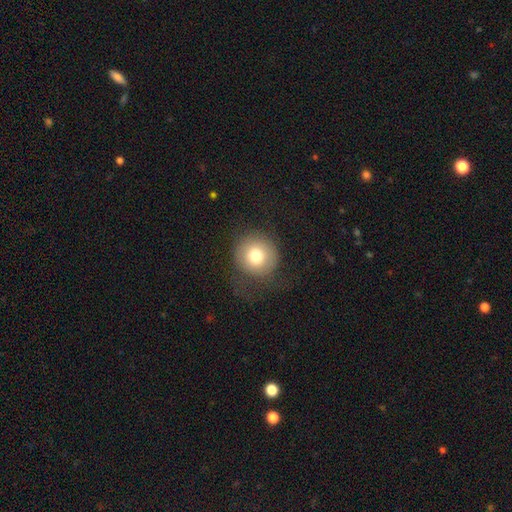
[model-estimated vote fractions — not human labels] A smooth galaxy with no disk features (75%) that is round (93%).

Vote fractions:
- Smooth or featured? smooth: 75% / featured or disk: 15% / star or artifact: 10%
- How rounded? round: 93% / in between: 6% / cigar-shaped: 1%
- Merging? none: 67% / minor disturbance: 17% / major disturbance: 15% / merger: 1%